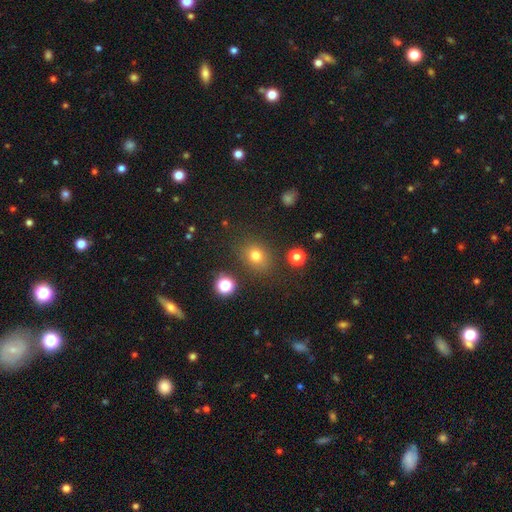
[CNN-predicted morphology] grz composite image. It shows a smooth galaxy with no disk features (75%) that is round (60%). Merging: none (81%).